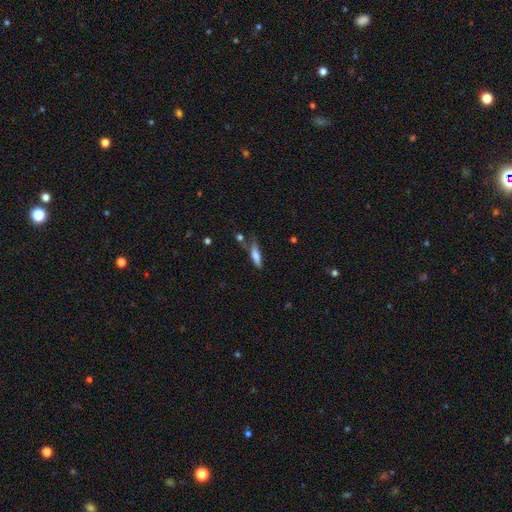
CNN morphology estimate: Smooth or featured?
  - smooth: 71% *
  - featured or disk: 21%
  - star or artifact: 7%
How rounded?
  - cigar-shaped: 65% *
  - in between: 33%
  - round: 2%
Merging?
  - none: 59% *
  - minor disturbance: 24%
  - merger: 9%
  - major disturbance: 8%